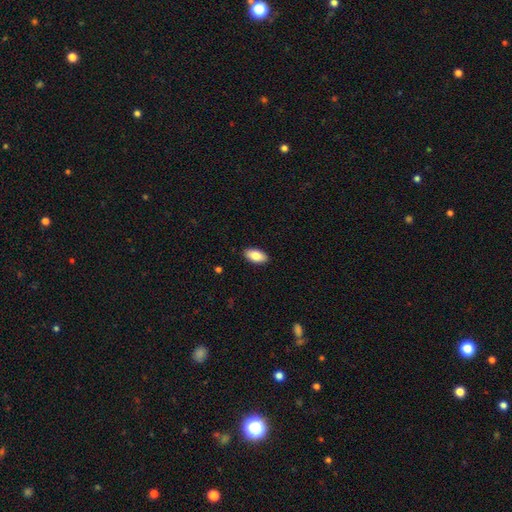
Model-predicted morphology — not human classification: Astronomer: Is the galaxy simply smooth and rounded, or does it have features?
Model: smooth — 83%.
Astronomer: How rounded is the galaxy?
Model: in between — 93%.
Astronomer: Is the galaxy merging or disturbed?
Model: none — 90%.